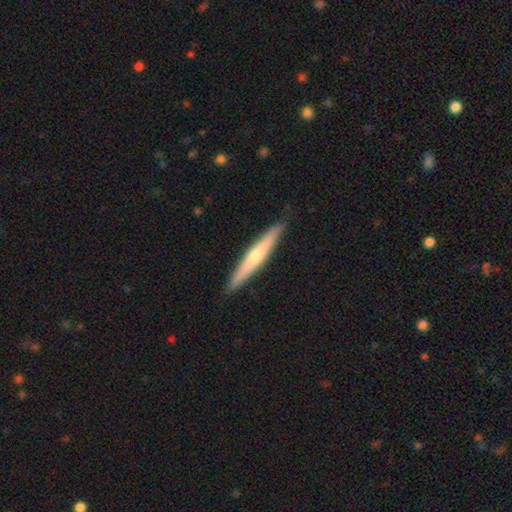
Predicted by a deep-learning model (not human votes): A featured or disk galaxy (56%) viewed edge-on (94%) with a rounded central bulge (77%). Merging: none (91%).